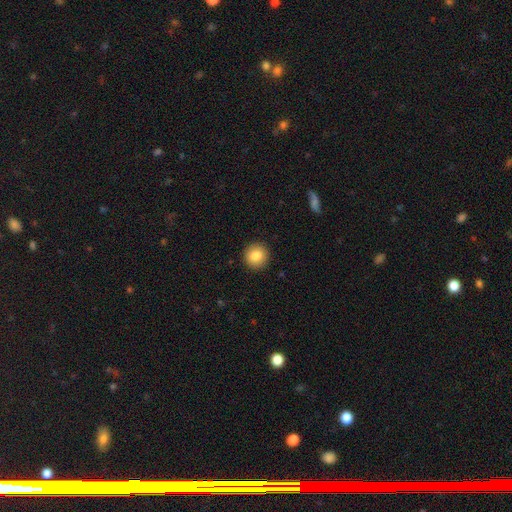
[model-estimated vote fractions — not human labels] smooth_or_featured: smooth (p=0.85) [alt: star or artifact p=0.09]
how_rounded: round (p=0.93) [alt: in between p=0.06]
merging: none (p=0.92) [alt: minor disturbance p=0.05]